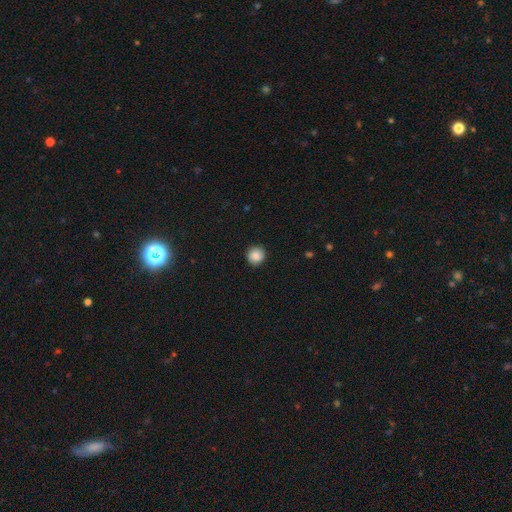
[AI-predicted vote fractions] Smooth or featured?
  - smooth: 87% *
  - star or artifact: 9%
  - featured or disk: 4%
How rounded?
  - round: 94% *
  - in between: 5%
  - cigar-shaped: 1%
Merging?
  - none: 90% *
  - minor disturbance: 7%
  - major disturbance: 2%
  - merger: 1%